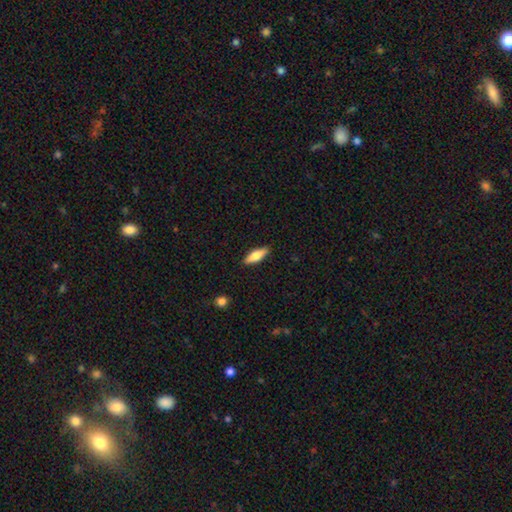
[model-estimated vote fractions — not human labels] smooth 64%, featured or disk 30%, star or artifact 6%. Down the decision tree: how rounded — in between (53%); merging — none (89%).